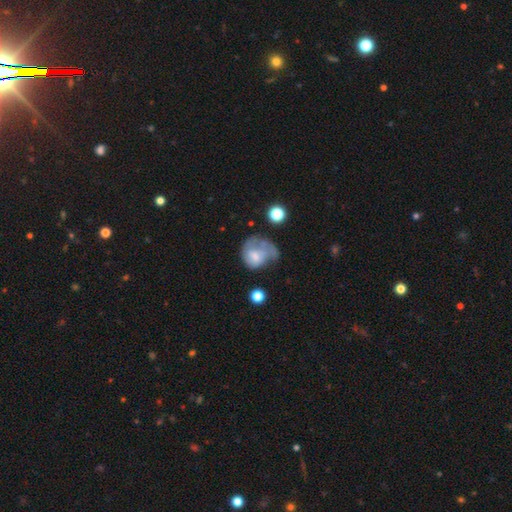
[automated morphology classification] Overall: smooth (56%; featured or disk 34%). How rounded: round (60%; in between 39%). Merging: major disturbance (41%; minor disturbance 26%).